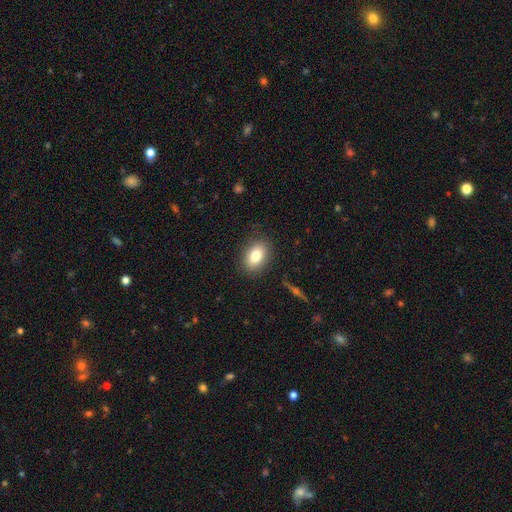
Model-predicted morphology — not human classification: smooth-or-featured: smooth: 80% | featured or disk: 11% | star or artifact: 9%
  how-rounded: in between: 80% | round: 18% | cigar-shaped: 2%
  merging: none: 85% | minor disturbance: 10% | major disturbance: 3% | merger: 1%